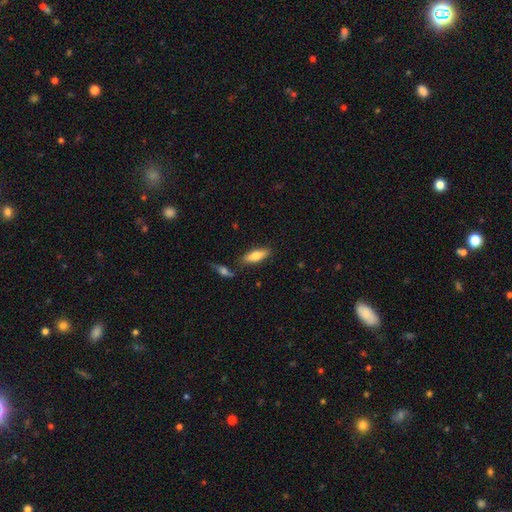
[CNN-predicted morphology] The model was most divided on "how rounded": in between: 65%, cigar-shaped: 33%, round: 2%. More confident: merging — none (77%); smooth or featured — smooth (75%).